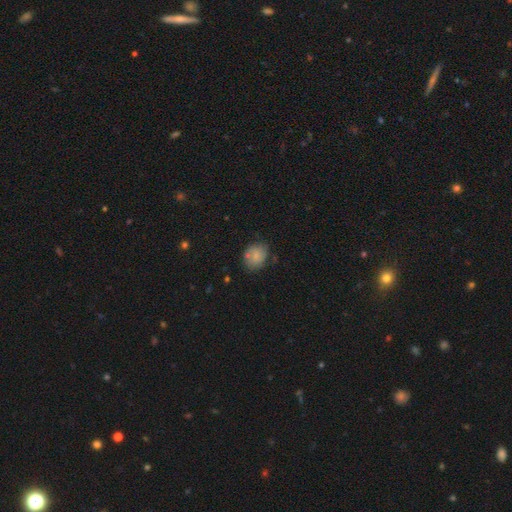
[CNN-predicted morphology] Overall: smooth (76%). How rounded: round (60%; in between 39%). Merging: none (66%).